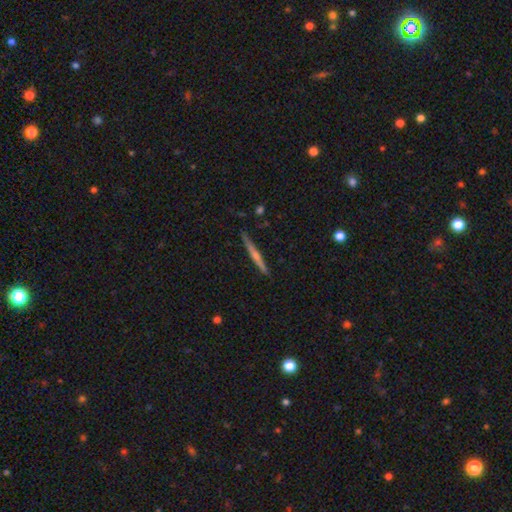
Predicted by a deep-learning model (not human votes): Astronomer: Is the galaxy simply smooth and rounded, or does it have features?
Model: featured or disk — 64%.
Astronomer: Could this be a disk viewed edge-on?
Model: yes — 98%.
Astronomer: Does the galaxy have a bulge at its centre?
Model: rounded — 65%.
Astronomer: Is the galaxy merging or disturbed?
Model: none — 90%.